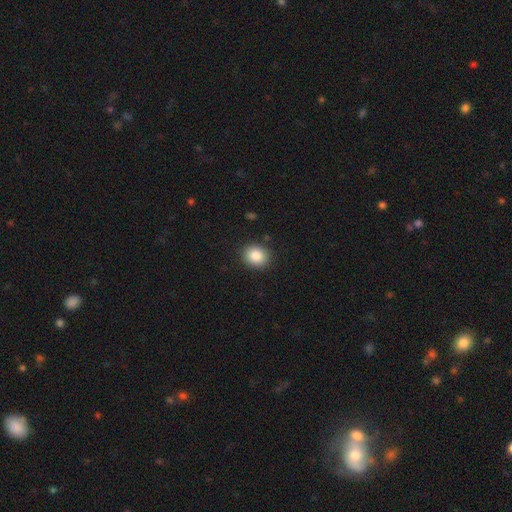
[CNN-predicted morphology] smooth 86%, star or artifact 9%, featured or disk 6%. Down the decision tree: how rounded — round (65%); merging — none (89%).